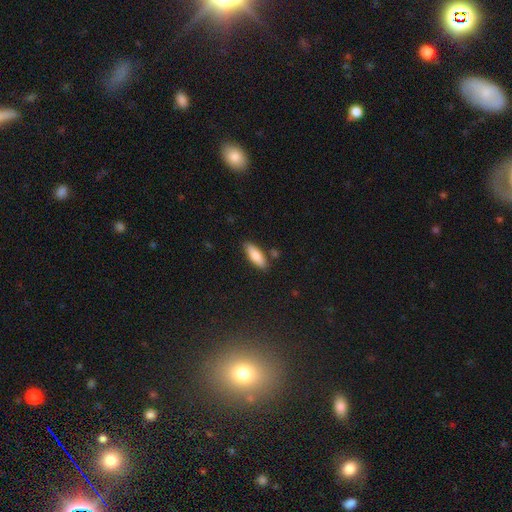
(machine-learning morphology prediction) smooth 84%, featured or disk 10%, star or artifact 6%. Down the decision tree: how rounded — in between (62%); merging — none (83%).